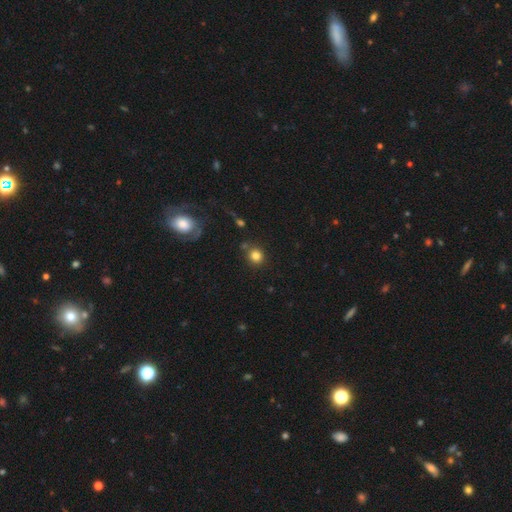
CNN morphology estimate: Q: Smooth or featured?
A: smooth (82%); runner-up: star or artifact (12%)
Q: How rounded?
A: round (87%); runner-up: in between (12%)
Q: Merging?
A: none (79%); runner-up: minor disturbance (10%)